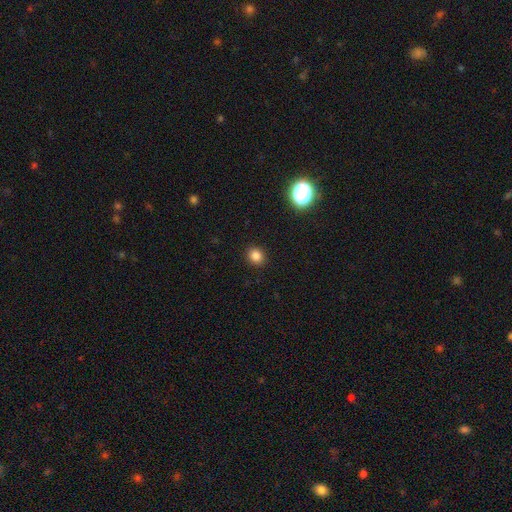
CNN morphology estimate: type=smooth (83%); roundness=round (80%); merging=none (92%).